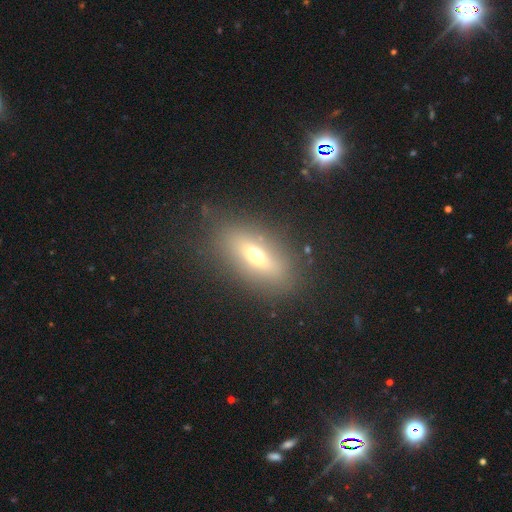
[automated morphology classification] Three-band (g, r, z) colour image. It shows a smooth galaxy with no disk features (56%) that is in between round and cigar-shaped (70%). Merging: none (82%).